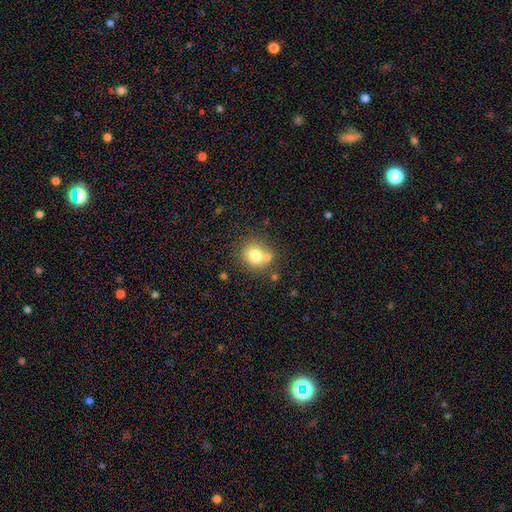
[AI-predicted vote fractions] Q: Smooth or featured?
A: smooth (76%); runner-up: featured or disk (13%)
Q: How rounded?
A: round (81%); runner-up: in between (18%)
Q: Merging?
A: none (62%); runner-up: merger (21%)